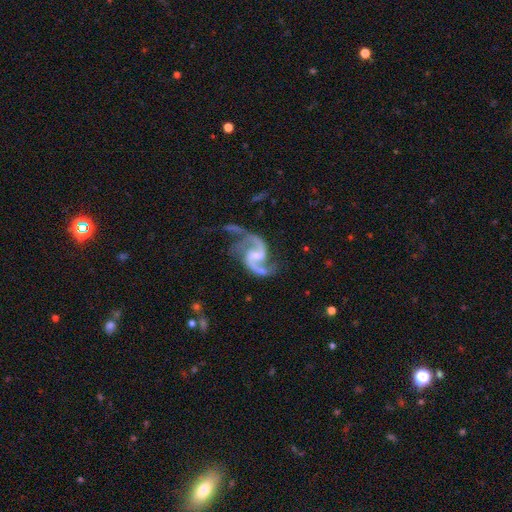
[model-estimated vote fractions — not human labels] Morphology: type=featured or disk (93%); edge-on=no (99%); bar=weak (50%); spiral arms=yes (98%); winding=loose (52%); arm count=2 (94%); bulge=none (36%, tied with small); merging=none (56%).